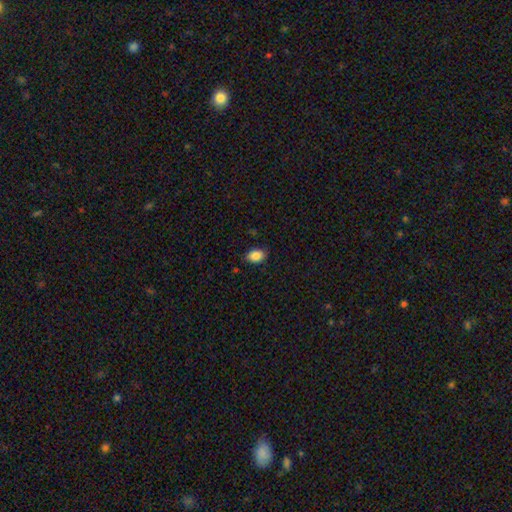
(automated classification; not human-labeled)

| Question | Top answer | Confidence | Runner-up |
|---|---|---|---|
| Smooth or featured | smooth | 87% | star or artifact (8%) |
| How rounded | in between | 83% | round (16%) |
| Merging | none | 84% | minor disturbance (12%) |